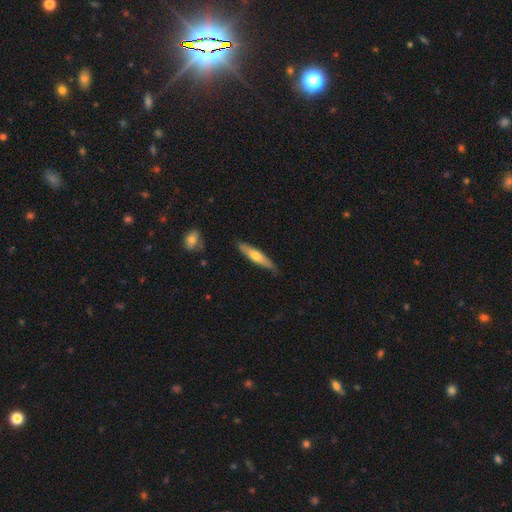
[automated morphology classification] This is possibly a smooth galaxy (54%). How rounded: clearly cigar-shaped (84%). Merging: clearly none (82%).